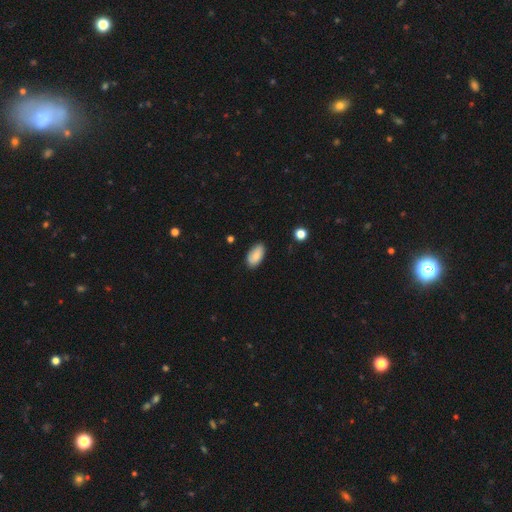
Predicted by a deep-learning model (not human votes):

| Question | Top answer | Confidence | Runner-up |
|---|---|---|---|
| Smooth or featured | smooth | 86% | featured or disk (7%) |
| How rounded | in between | 94% | cigar-shaped (3%) |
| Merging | none | 83% | minor disturbance (14%) |